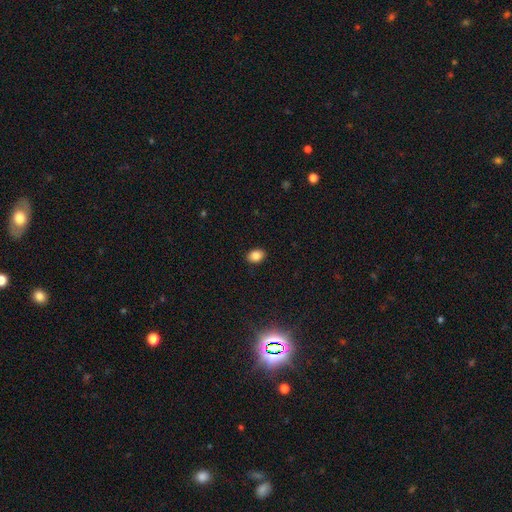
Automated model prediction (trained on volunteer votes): Smooth or featured: smooth — 85% (star or artifact — 10%)
How rounded: in between — 71% (round — 28%)
Merging: none — 89% (minor disturbance — 8%)